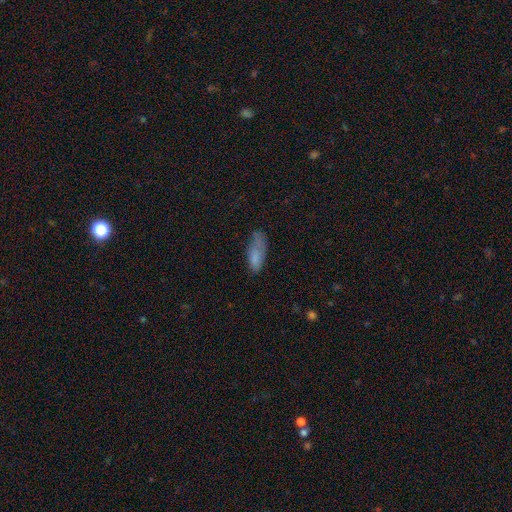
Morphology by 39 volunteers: A smooth galaxy with no disk features (85%) that is in between round and cigar-shaped (55%). Merging: none (54%).